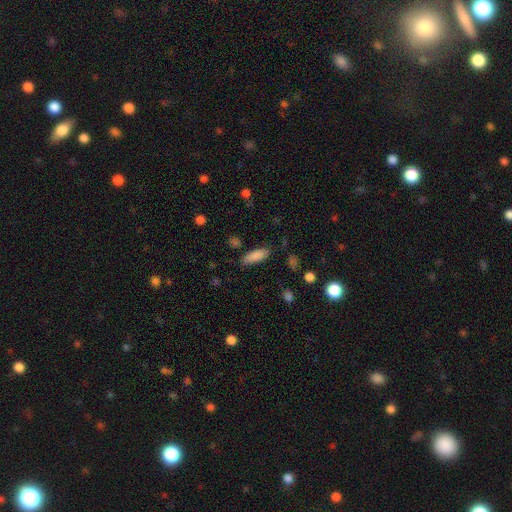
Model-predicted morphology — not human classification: Smooth or featured?
  - smooth: 85% *
  - star or artifact: 7%
  - featured or disk: 7%
How rounded?
  - in between: 62% *
  - cigar-shaped: 36%
  - round: 2%
Merging?
  - none: 76% *
  - minor disturbance: 18%
  - major disturbance: 4%
  - merger: 2%